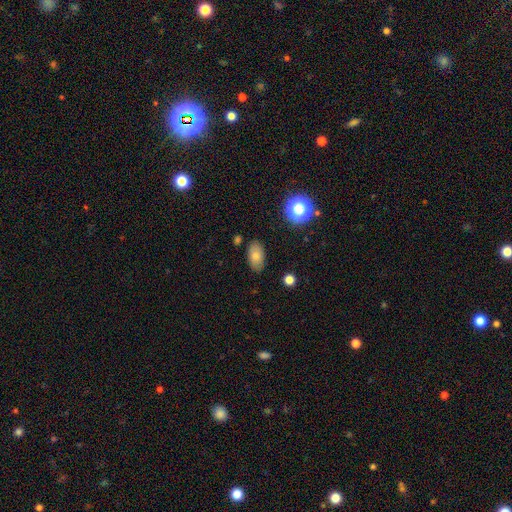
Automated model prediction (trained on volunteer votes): smooth 76%, featured or disk 13%, star or artifact 11%. Down the decision tree: how rounded — in between (91%); merging — none (82%).